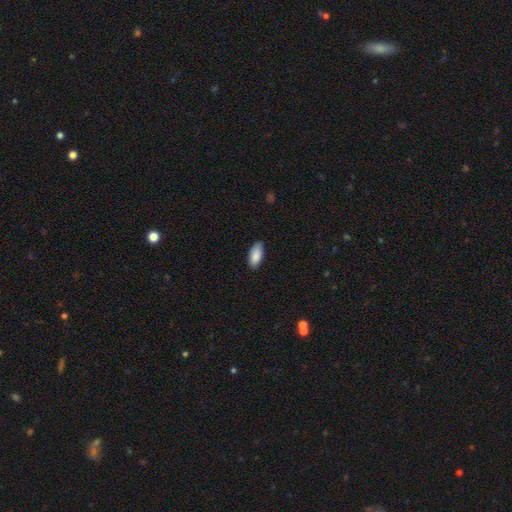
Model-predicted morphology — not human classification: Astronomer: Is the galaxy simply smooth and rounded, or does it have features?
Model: smooth — 89%.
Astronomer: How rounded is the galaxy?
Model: in between — 90%.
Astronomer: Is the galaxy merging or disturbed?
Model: none — 85%.